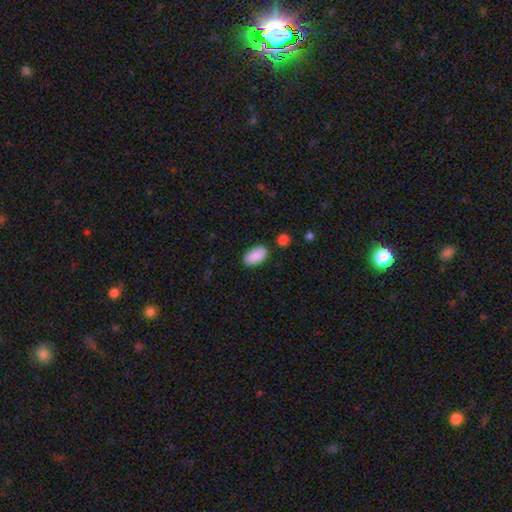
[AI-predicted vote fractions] This is clearly a smooth galaxy (90%). How rounded: clearly in between (95%). Merging: clearly none (85%).